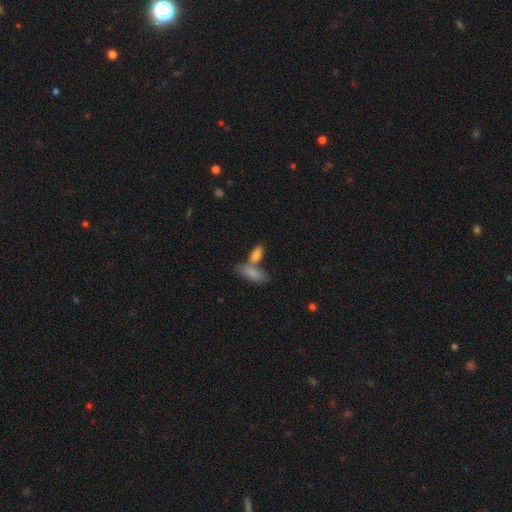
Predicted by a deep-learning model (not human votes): Smooth or featured? smooth (83%)
How rounded? in between (80%)
Merging? none (44%)